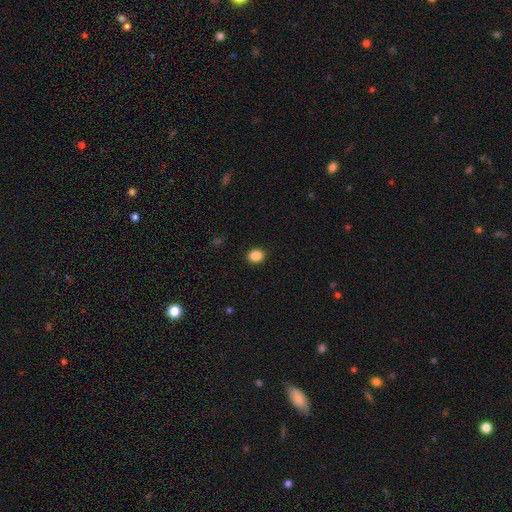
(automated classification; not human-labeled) smooth-or-featured: smooth: 87% | star or artifact: 10% | featured or disk: 3%
  how-rounded: round: 55% | in between: 44% | cigar-shaped: 1%
  merging: none: 91% | minor disturbance: 7% | major disturbance: 2% | merger: 1%